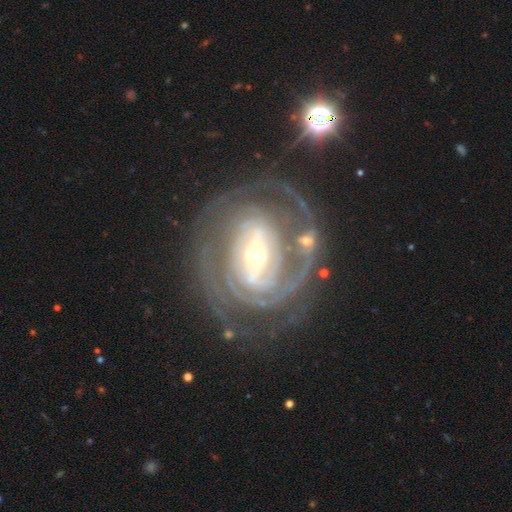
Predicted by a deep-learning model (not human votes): Morphology: type=featured or disk (89%); edge-on=no (97%); bar=strong (44%); spiral arms=yes (95%); winding=tight (67%); arm count=2 (35%); bulge=small (49%); merging=none (64%).